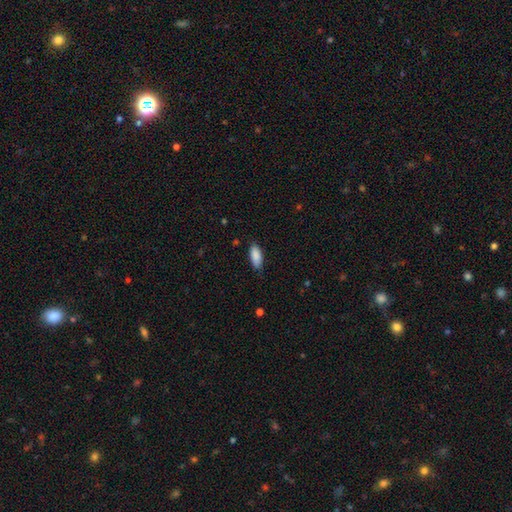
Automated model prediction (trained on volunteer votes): smooth-or-featured: smooth: 89% | star or artifact: 6% | featured or disk: 5%
  how-rounded: in between: 83% | cigar-shaped: 15% | round: 2%
  merging: none: 79% | minor disturbance: 17% | major disturbance: 3% | merger: 1%